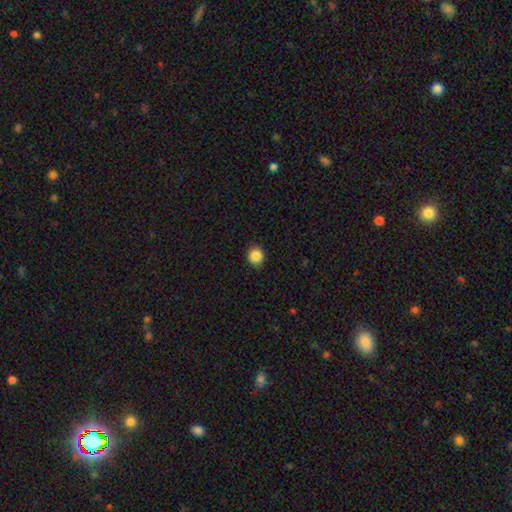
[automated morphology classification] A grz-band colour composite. It shows a smooth galaxy with no disk features (87%) that is round (81%). Merging: none (89%).